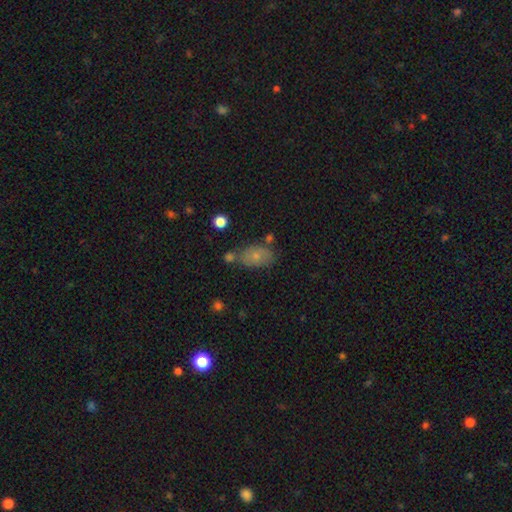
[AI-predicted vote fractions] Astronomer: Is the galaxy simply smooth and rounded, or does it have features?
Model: smooth — 70%.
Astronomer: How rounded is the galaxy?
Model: in between — 87%.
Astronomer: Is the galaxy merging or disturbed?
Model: none — 60%.